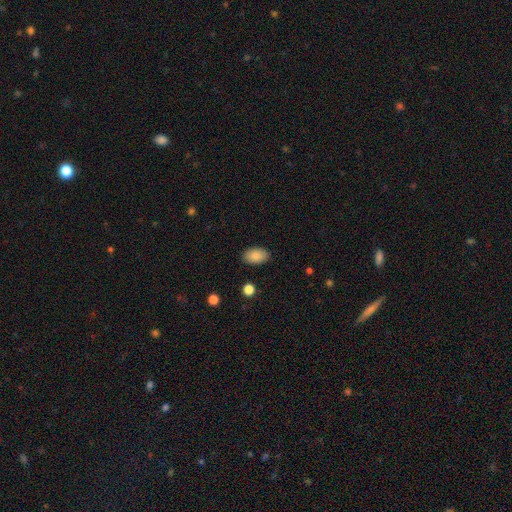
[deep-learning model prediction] Morphology: type=smooth (87%); roundness=in between (93%); merging=none (88%).